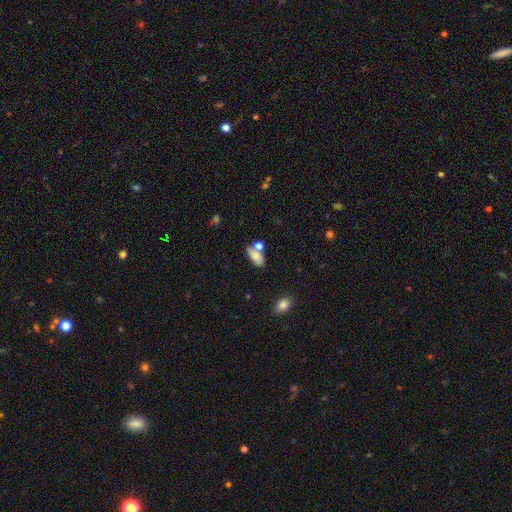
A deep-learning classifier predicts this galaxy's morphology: Overall: smooth (75%). How rounded: in between (87%). Merging: none (48%; merger 30%).